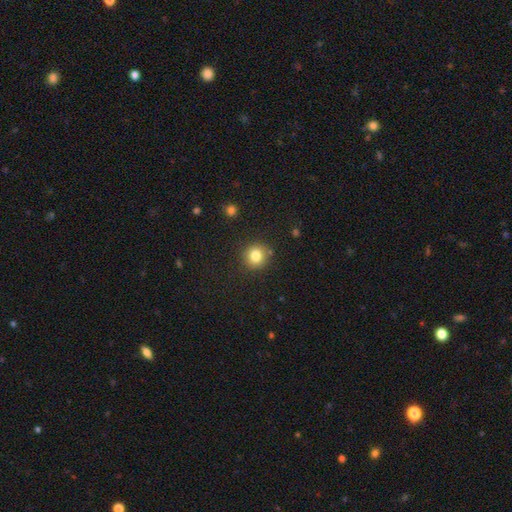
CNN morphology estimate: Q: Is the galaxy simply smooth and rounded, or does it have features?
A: smooth — 82%.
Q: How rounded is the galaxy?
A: round — 90%.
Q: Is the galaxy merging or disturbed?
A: none — 85%.